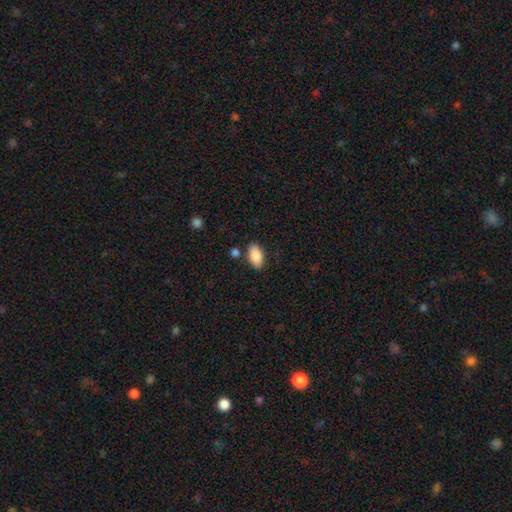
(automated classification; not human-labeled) Smooth or featured?
  - smooth: 89% *
  - star or artifact: 7%
  - featured or disk: 5%
How rounded?
  - in between: 93% *
  - round: 4%
  - cigar-shaped: 2%
Merging?
  - none: 81% *
  - minor disturbance: 11%
  - merger: 5%
  - major disturbance: 3%